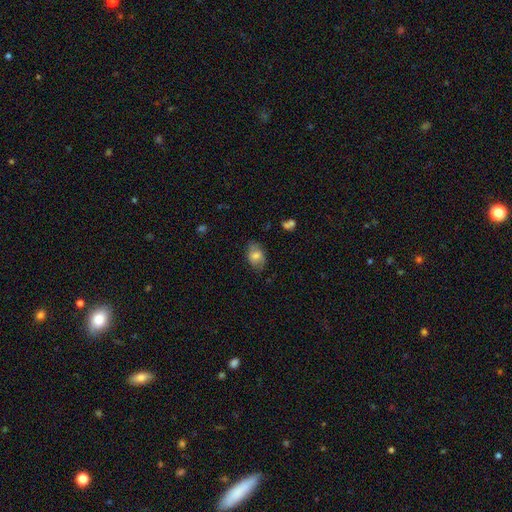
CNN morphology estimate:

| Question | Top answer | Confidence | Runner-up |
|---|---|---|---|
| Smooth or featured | smooth | 67% | featured or disk (25%) |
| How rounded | in between | 84% | round (14%) |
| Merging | none | 73% | minor disturbance (21%) |